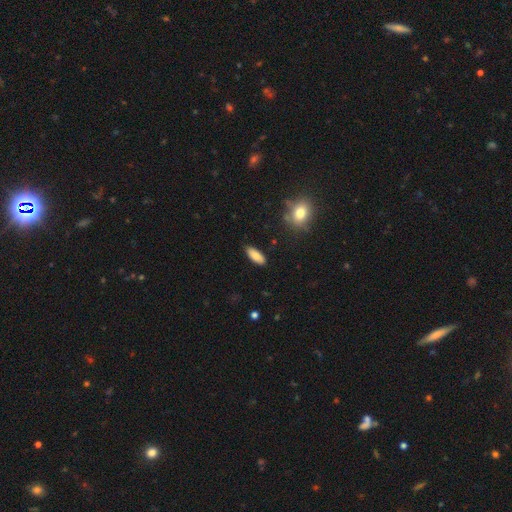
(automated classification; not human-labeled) Smooth or featured: smooth — 83% (featured or disk — 10%)
How rounded: in between — 77% (cigar-shaped — 21%)
Merging: none — 84% (minor disturbance — 12%)